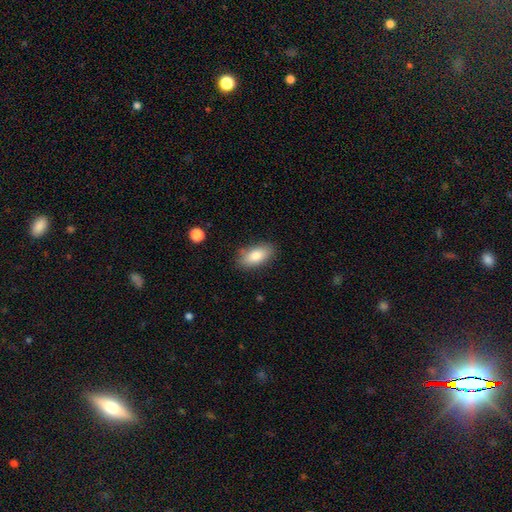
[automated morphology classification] smooth_or_featured: smooth (p=0.84) [alt: featured or disk p=0.09]
how_rounded: in between (p=0.90) [alt: cigar-shaped p=0.06]
merging: none (p=0.84) [alt: minor disturbance p=0.12]